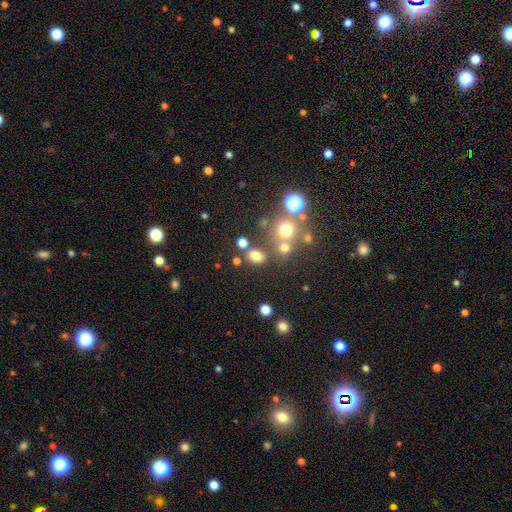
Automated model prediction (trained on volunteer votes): Smooth or featured: smooth — 73% (star or artifact — 19%)
How rounded: in between — 63% (round — 36%)
Merging: none — 68% (merger — 16%)